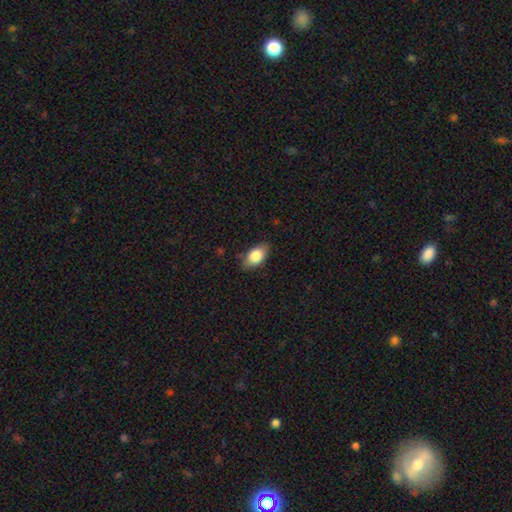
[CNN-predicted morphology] smooth_or_featured: smooth (p=0.83) [alt: featured or disk p=0.10]
how_rounded: in between (p=0.90) [alt: round p=0.07]
merging: none (p=0.82) [alt: minor disturbance p=0.14]